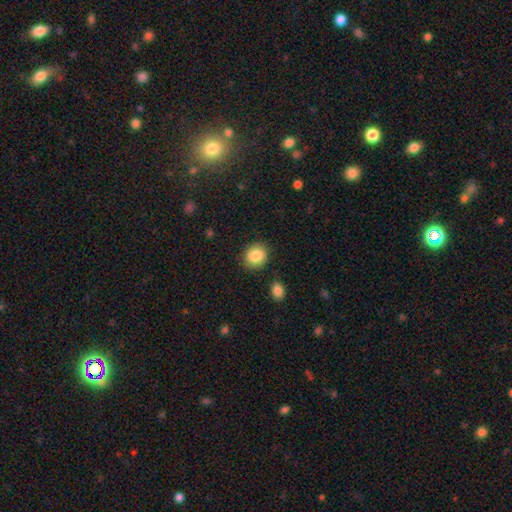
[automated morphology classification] type=smooth (86%); roundness=round (72%); merging=none (88%).